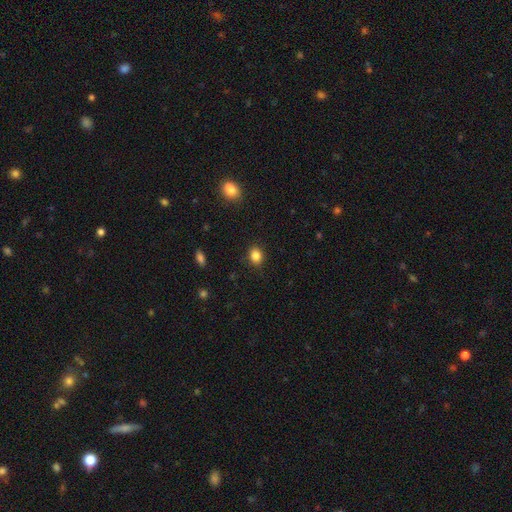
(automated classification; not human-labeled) This is clearly a smooth galaxy (86%). How rounded: possibly round (56%). Merging: clearly none (89%).